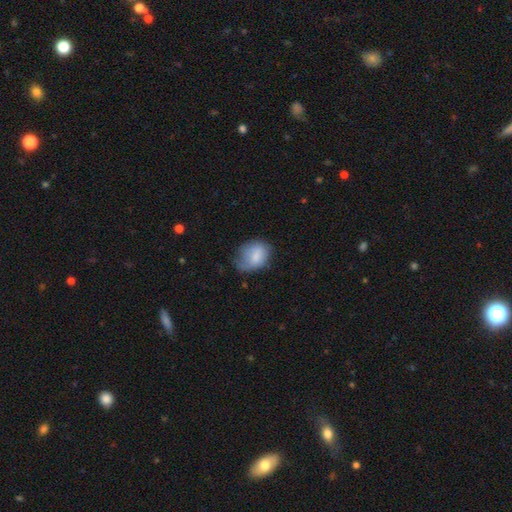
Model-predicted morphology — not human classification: type=smooth (75%); roundness=in between (69%); merging=none (42%).